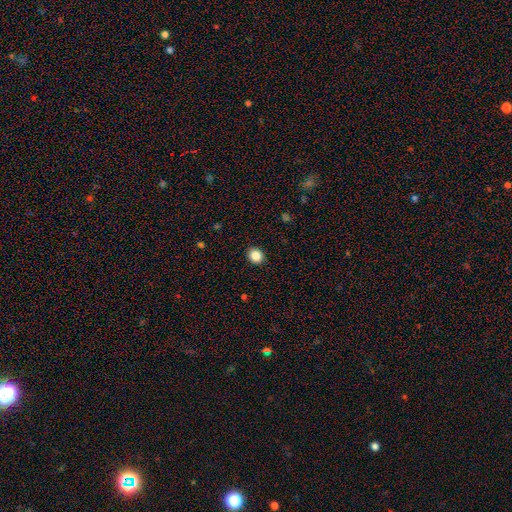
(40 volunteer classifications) smooth 92%, featured or disk 5%, star or artifact 2%. Down the decision tree: how rounded — round (73%); merging — none (95%).